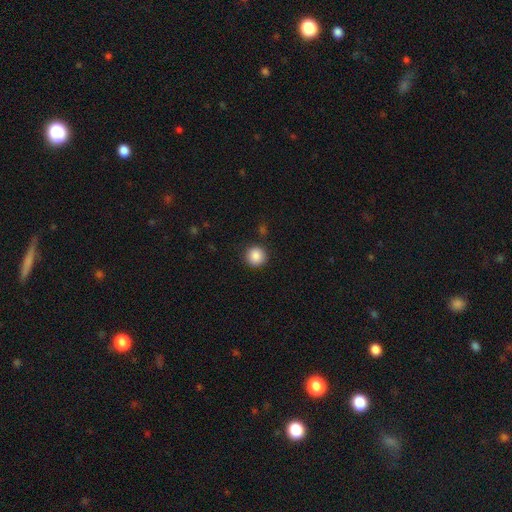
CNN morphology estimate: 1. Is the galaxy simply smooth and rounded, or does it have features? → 87% smooth, 9% star or artifact, 3% featured or disk.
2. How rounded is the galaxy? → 93% round, 6% in between, 1% cigar-shaped.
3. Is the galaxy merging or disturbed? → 88% none, 7% minor disturbance, 3% major disturbance, 2% merger.